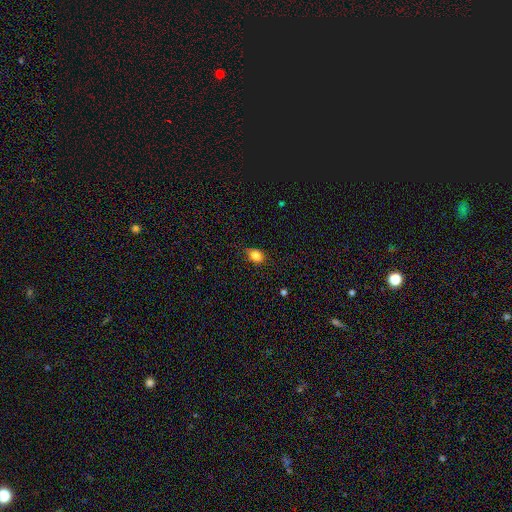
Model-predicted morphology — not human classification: This appears to be a smooth galaxy with no disk features (84%) that is in between round and cigar-shaped (65%). Merging: none (81%).